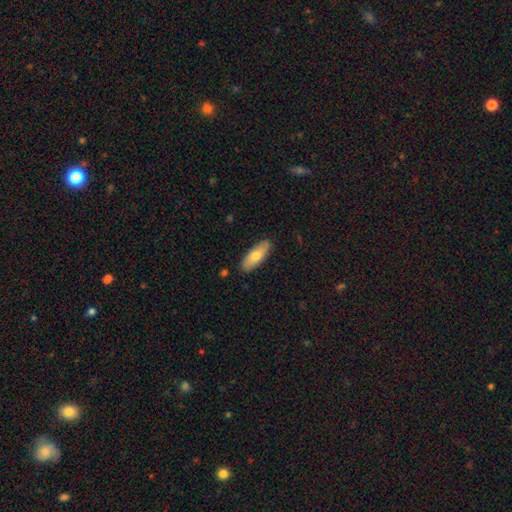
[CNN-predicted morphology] Overall: smooth (68%). How rounded: in between (67%; cigar-shaped 31%). Merging: none (88%).